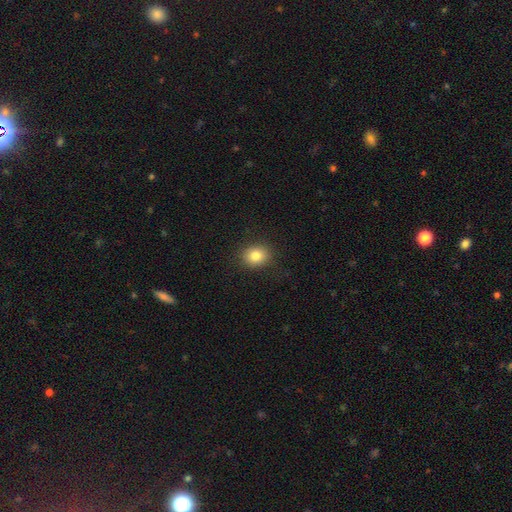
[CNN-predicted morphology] A smooth galaxy with no disk features (82%) that is round (65%).

Vote fractions:
- Smooth or featured? smooth: 82% / star or artifact: 11% / featured or disk: 7%
- How rounded? round: 65% / in between: 34% / cigar-shaped: 1%
- Merging? none: 89% / minor disturbance: 8% / major disturbance: 3% / merger: 1%